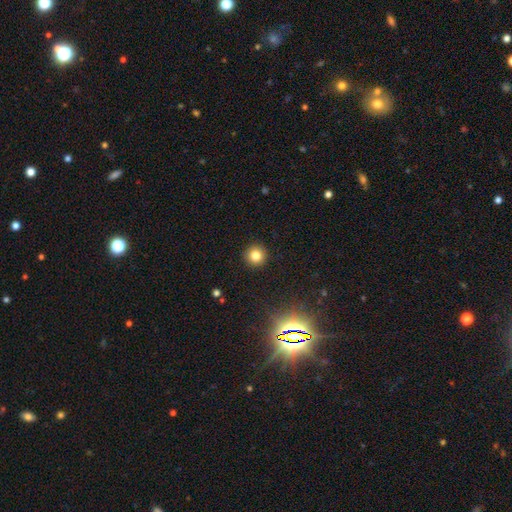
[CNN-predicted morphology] Smooth or featured: smooth — 80% (star or artifact — 13%)
How rounded: round — 95% (in between — 4%)
Merging: none — 92% (minor disturbance — 5%)